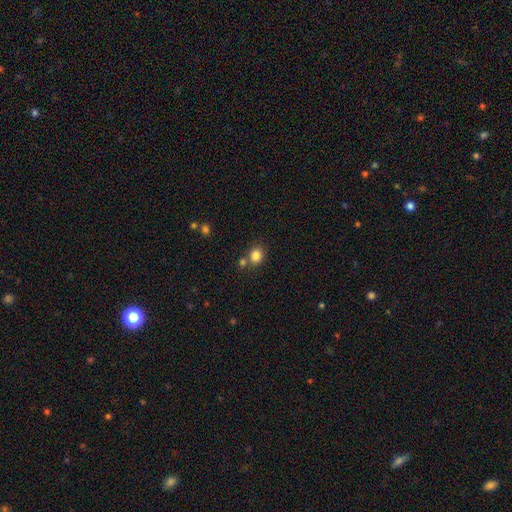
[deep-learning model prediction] smooth_or_featured: smooth (p=0.83) [alt: star or artifact p=0.11]
how_rounded: round (p=0.75) [alt: in between p=0.25]
merging: none (p=0.66) [alt: merger p=0.20]